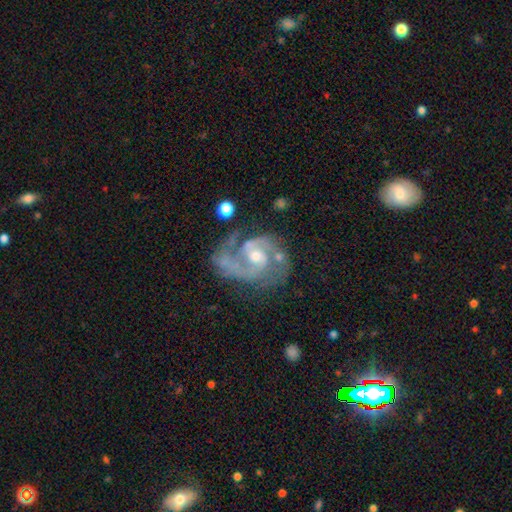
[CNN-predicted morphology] featured or disk 90%, star or artifact 5%, smooth 4%. Down the decision tree: edge-on disk — no (98%); bar — no (52%); spiral arms — yes (97%); spiral arm count — 2 (78%); spiral winding — medium (55%); bulge size — moderate (56%); merging — none (58%).